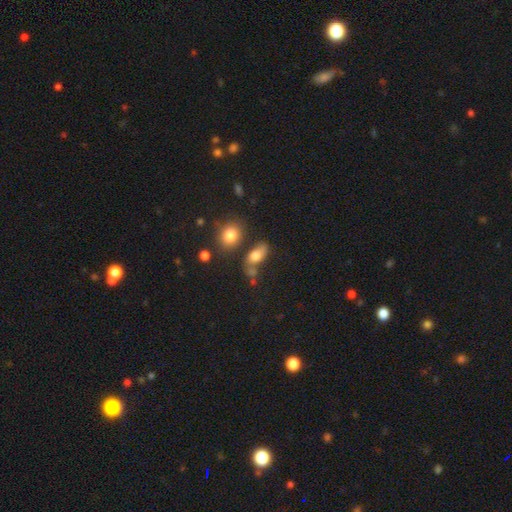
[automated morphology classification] Smooth or featured? smooth (77%)
How rounded? in between (82%)
Merging? none (54%)